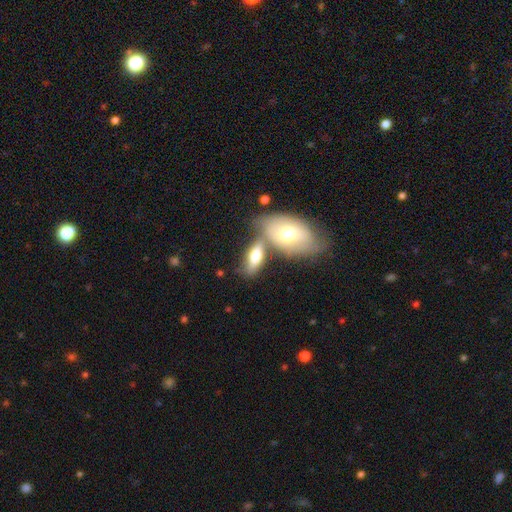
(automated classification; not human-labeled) Smooth or featured: smooth — 65% (featured or disk — 29%)
How rounded: in between — 82% (cigar-shaped — 14%)
Merging: merger — 41% (tied with none — 41%)